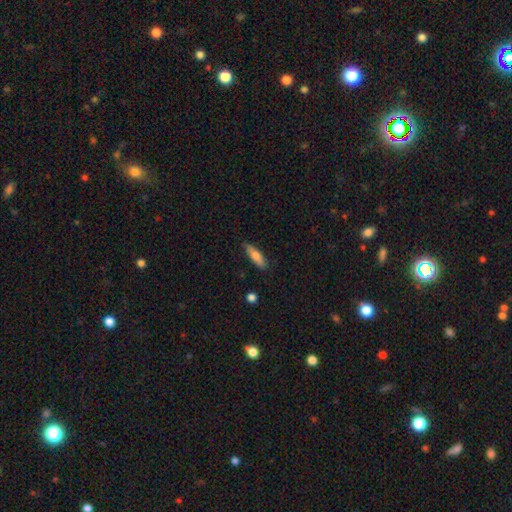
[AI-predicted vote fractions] A smooth galaxy with no disk features (76%) that is cigar-shaped (58%).

Vote fractions:
- Smooth or featured? smooth: 76% / featured or disk: 17% / star or artifact: 6%
- How rounded? cigar-shaped: 58% / in between: 40% / round: 2%
- Merging? none: 79% / minor disturbance: 17% / major disturbance: 3% / merger: 2%